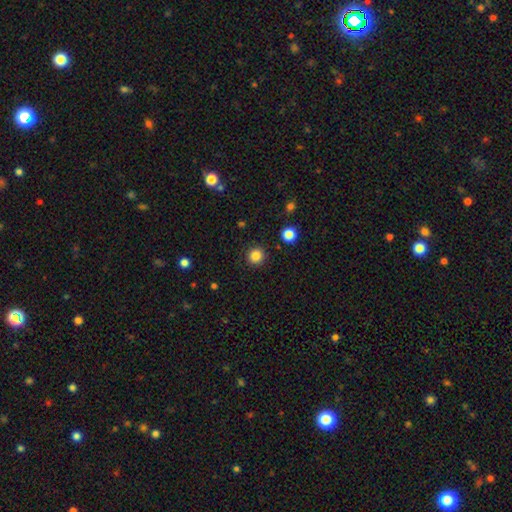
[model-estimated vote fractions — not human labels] Smooth or featured? smooth (84%)
How rounded? round (94%)
Merging? none (92%)